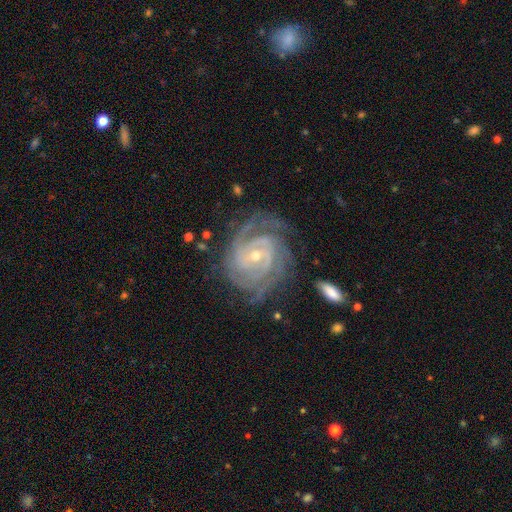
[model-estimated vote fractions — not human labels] Q: Smooth or featured?
A: featured or disk (91%); runner-up: star or artifact (5%)
Q: Edge-on disk?
A: no (97%); runner-up: yes (3%)
Q: Bar?
A: no (45%); runner-up: weak (39%)
Q: Spiral arms?
A: yes (98%); runner-up: no (2%)
Q: Spiral winding?
A: tight (73%); runner-up: medium (24%)
Q: Spiral arm count?
A: 3 (30%); runner-up: 2 (23%)
Q: Bulge size?
A: small (61%); runner-up: moderate (36%)
Q: Merging?
A: none (70%); runner-up: minor disturbance (19%)